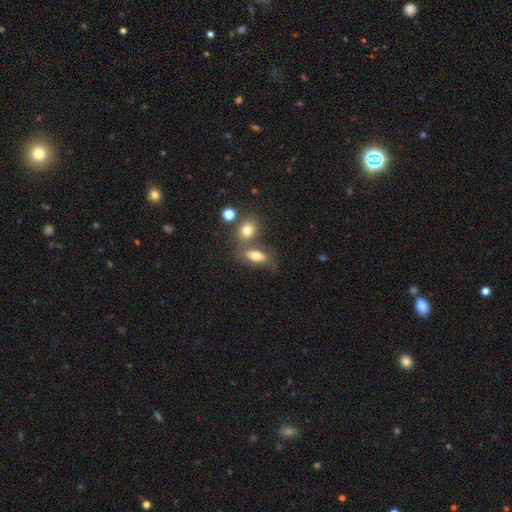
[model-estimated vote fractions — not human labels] A smooth galaxy with no disk features (74%) that is in between round and cigar-shaped (81%).

Vote fractions:
- Smooth or featured? smooth: 74% / featured or disk: 16% / star or artifact: 10%
- How rounded? in between: 81% / round: 10% / cigar-shaped: 9%
- Merging? none: 51% / merger: 29% / minor disturbance: 14% / major disturbance: 6%